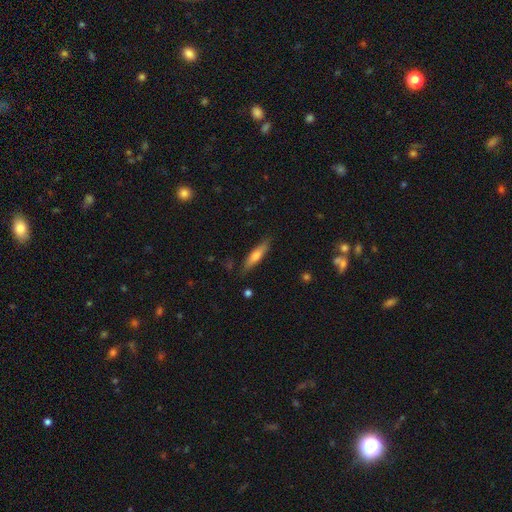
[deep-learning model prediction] Smooth or featured: smooth — 60% (featured or disk — 34%)
How rounded: cigar-shaped — 74% (in between — 24%)
Merging: none — 82% (minor disturbance — 14%)